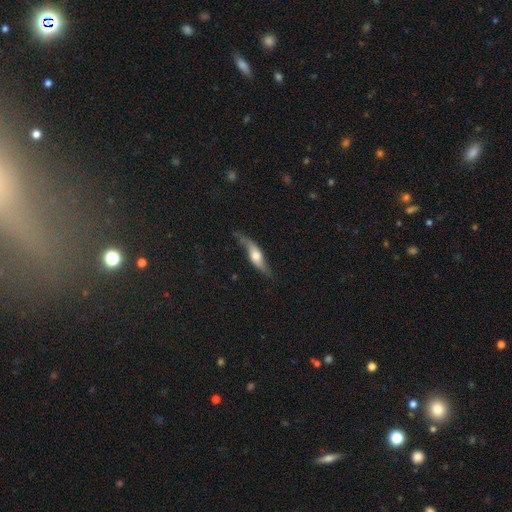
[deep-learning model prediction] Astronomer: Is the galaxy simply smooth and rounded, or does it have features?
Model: featured or disk — 55% (runner-up: smooth, 39%).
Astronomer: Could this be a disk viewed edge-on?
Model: yes — 59% (runner-up: no, 41%).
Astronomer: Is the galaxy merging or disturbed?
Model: none — 56%.